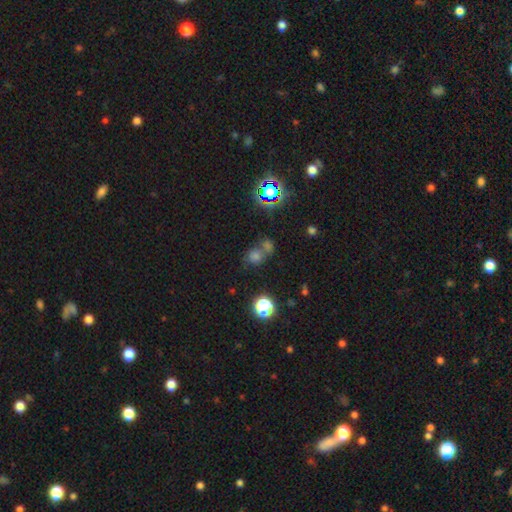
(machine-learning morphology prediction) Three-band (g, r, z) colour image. It shows a smooth galaxy with no disk features (56%) that is round (77%). Merging: none (45%).